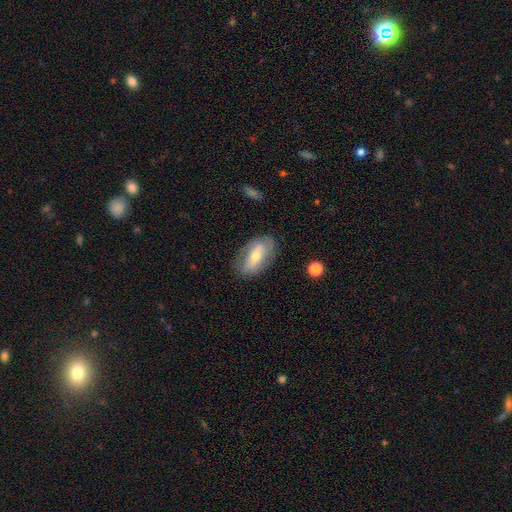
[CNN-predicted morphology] A smooth galaxy with no disk features (47%).

Vote fractions:
- Smooth or featured? smooth: 47% / featured or disk: 46% / star or artifact: 7%
- Merging? none: 78% / minor disturbance: 15% / major disturbance: 5% / merger: 1%